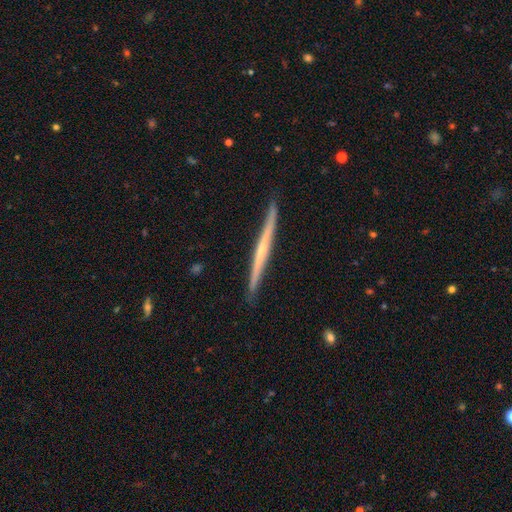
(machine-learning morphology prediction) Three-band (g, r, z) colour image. It shows a featured or disk galaxy (71%) viewed edge-on (98%) with no central bulge (53%). Merging: none (90%).